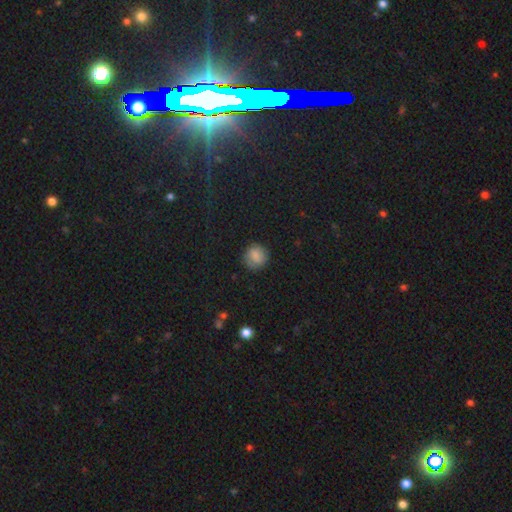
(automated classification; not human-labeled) This is clearly a smooth galaxy (82%). How rounded: clearly round (89%). Merging: clearly none (83%).